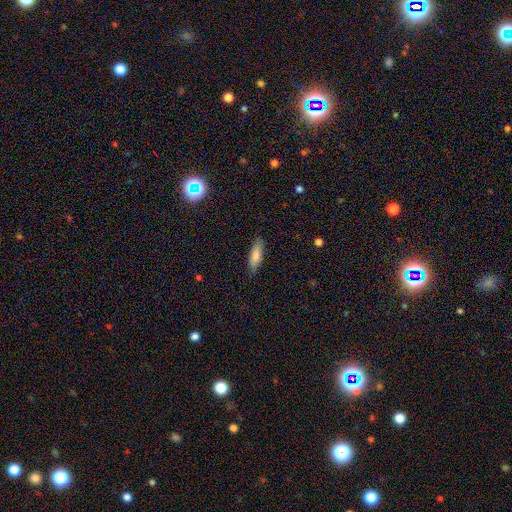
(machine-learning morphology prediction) The model was most divided on "how rounded": in between: 58%, cigar-shaped: 40%, round: 2%. More confident: merging — none (82%); smooth or featured — smooth (78%).